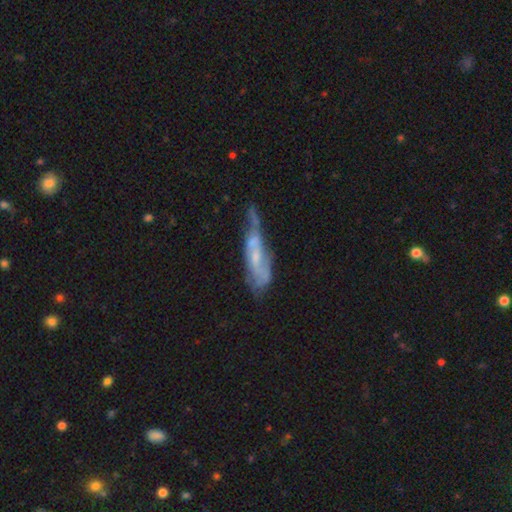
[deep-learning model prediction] Smooth or featured: featured or disk — 64% (smooth — 27%)
Edge-on disk: no — 77% (yes — 23%)
Merging: none — 32% (minor disturbance — 30%)